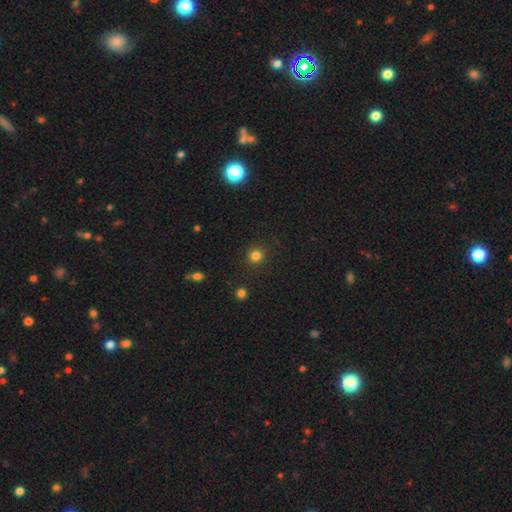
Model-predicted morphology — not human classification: Smooth or featured?
  - smooth: 81% *
  - star or artifact: 14%
  - featured or disk: 4%
How rounded?
  - round: 92% *
  - in between: 7%
  - cigar-shaped: 1%
Merging?
  - none: 90% *
  - minor disturbance: 6%
  - major disturbance: 2%
  - merger: 1%